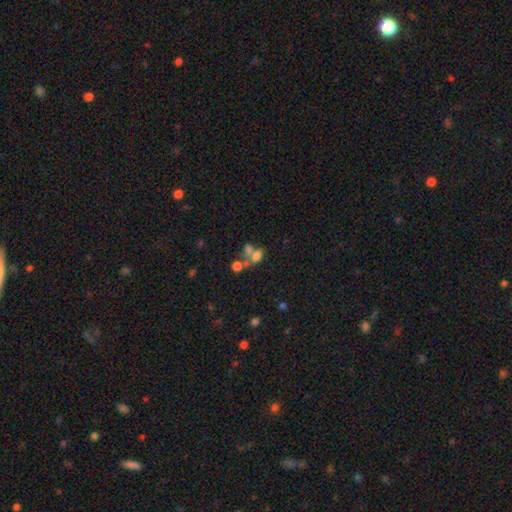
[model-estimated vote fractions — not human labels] smooth_or_featured: smooth (p=0.62) [alt: featured or disk p=0.22]
how_rounded: in between (p=0.66) [alt: round p=0.32]
merging: merger (p=0.53) [alt: none p=0.28]